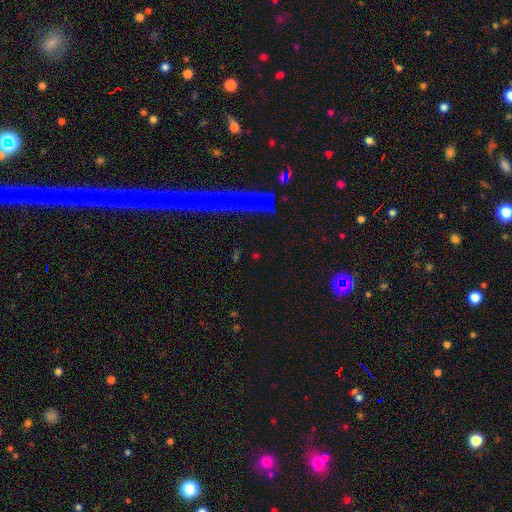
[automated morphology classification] A star or artifact, not a galaxy (56%).